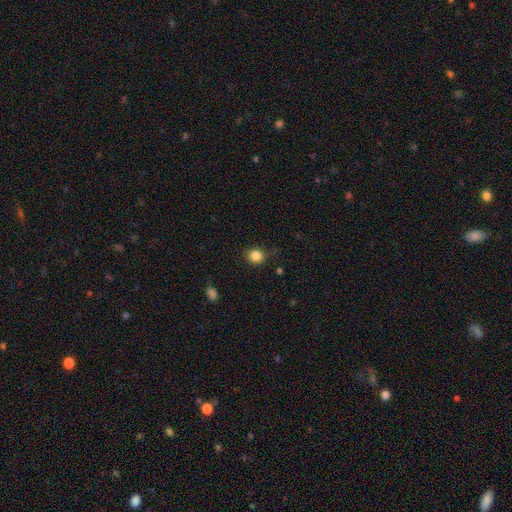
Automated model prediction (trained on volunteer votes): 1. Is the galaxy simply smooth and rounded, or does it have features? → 84% smooth, 11% star or artifact, 5% featured or disk.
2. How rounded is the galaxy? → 80% round, 19% in between, 1% cigar-shaped.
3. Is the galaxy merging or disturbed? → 77% none, 17% minor disturbance, 5% major disturbance, 2% merger.